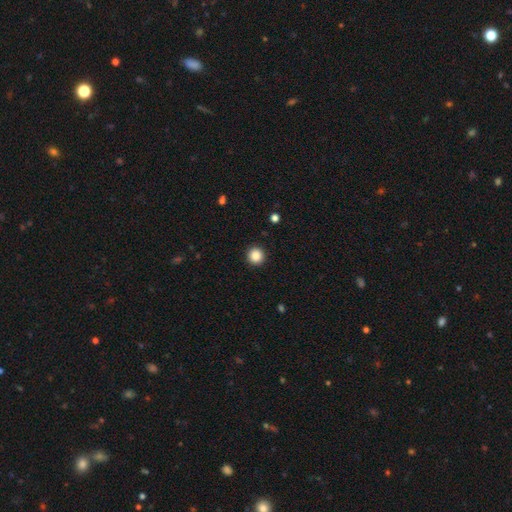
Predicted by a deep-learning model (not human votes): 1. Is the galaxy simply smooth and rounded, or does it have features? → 86% smooth, 10% star or artifact, 3% featured or disk.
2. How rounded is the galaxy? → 95% round, 4% in between, 1% cigar-shaped.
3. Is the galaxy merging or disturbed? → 93% none, 5% minor disturbance, 2% major disturbance, 1% merger.